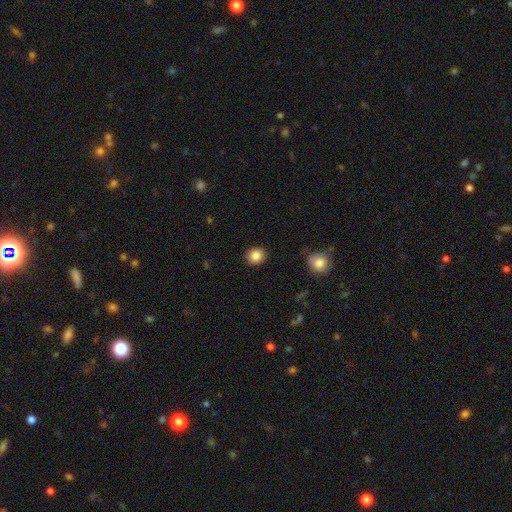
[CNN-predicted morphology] type=smooth (86%); roundness=round (75%); merging=none (89%).